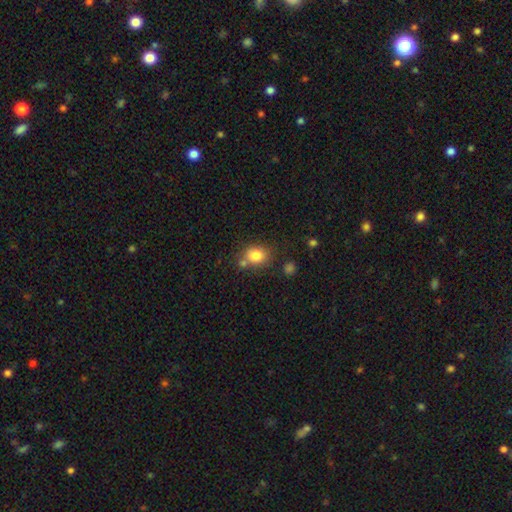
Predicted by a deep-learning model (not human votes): This is clearly a smooth galaxy (82%). How rounded: possibly round (58%). Merging: likely none (64%).